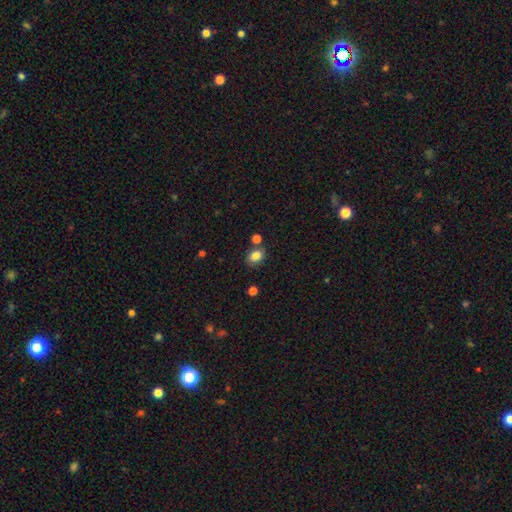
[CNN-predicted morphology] Smooth or featured? smooth (83%)
How rounded? in between (67%)
Merging? none (72%)